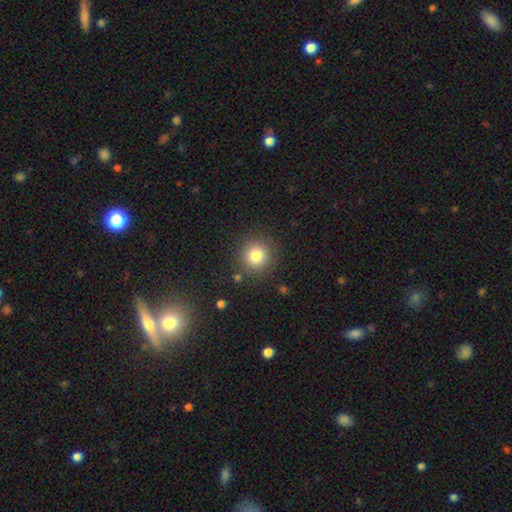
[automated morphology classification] This appears to be a smooth galaxy with no disk features (81%) that is round (92%). Merging: none (86%).